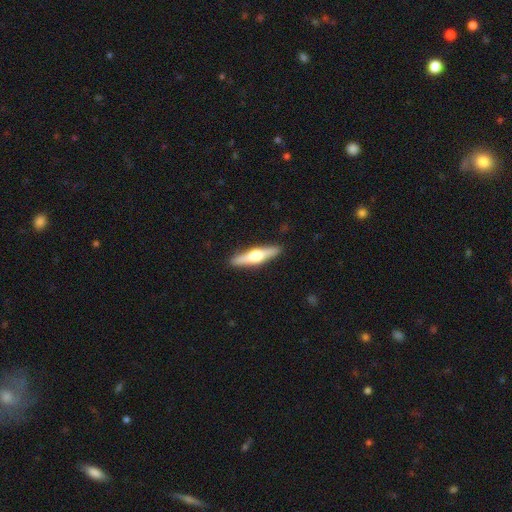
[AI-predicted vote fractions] The model was most divided on "smooth or featured": featured or disk: 58%, smooth: 36%, star or artifact: 5%. More confident: edge-on disk — yes (96%); edge-on bulge — rounded (93%); merging — none (91%).